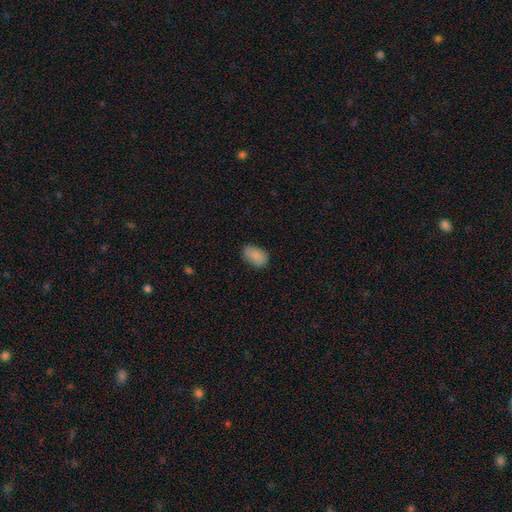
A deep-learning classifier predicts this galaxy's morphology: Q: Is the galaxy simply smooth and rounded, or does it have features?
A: smooth — 86%.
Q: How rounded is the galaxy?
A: in between — 89%.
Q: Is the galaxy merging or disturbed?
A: none — 77%.